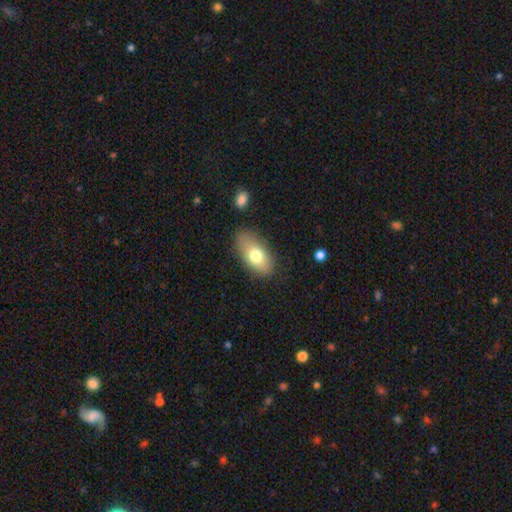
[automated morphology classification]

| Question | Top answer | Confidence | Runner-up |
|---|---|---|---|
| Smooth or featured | smooth | 72% | featured or disk (20%) |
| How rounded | in between | 90% | round (6%) |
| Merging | none | 80% | minor disturbance (14%) |